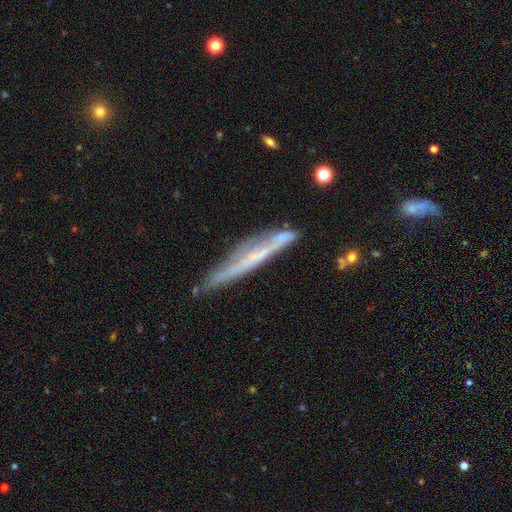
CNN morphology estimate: smooth-or-featured: featured or disk: 61% | smooth: 31% | star or artifact: 8%
  disk-edge-on: yes: 86% | no: 14%
    edge-on-bulge: none: 73% | rounded: 18% | boxy: 9%
  merging: none: 66% | minor disturbance: 24% | major disturbance: 6% | merger: 4%